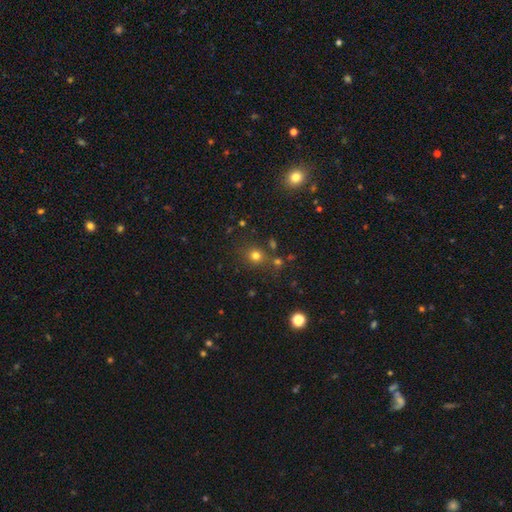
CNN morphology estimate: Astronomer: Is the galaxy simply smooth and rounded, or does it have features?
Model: smooth — 74%.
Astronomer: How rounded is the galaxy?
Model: round — 83%.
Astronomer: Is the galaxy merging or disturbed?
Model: none — 76%.